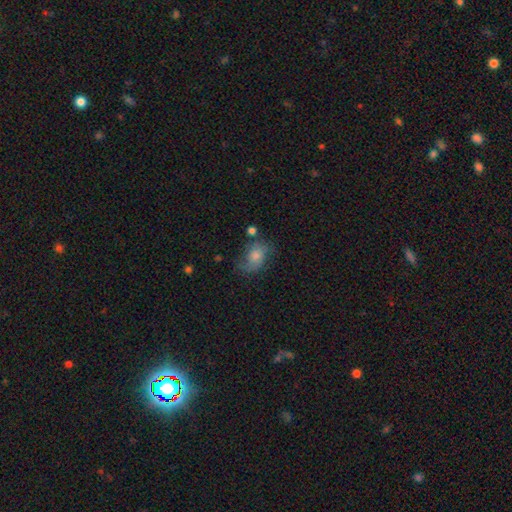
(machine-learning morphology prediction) This appears to be a smooth galaxy with no disk features (49%). Merging: none (55%).